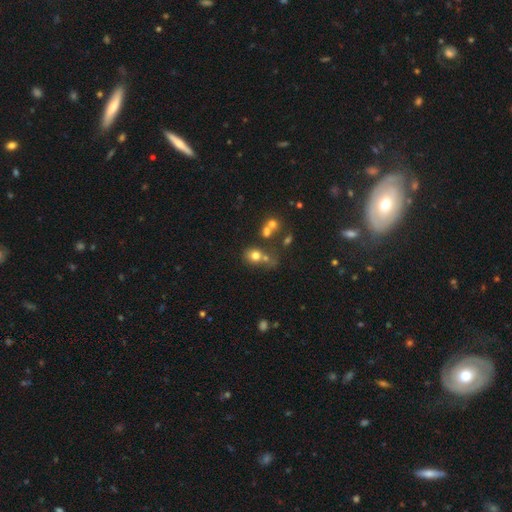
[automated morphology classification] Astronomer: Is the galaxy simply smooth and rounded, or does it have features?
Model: smooth — 70%.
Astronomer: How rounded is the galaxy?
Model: round — 73%.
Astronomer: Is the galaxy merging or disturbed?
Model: none — 45% (runner-up: merger, 35%).